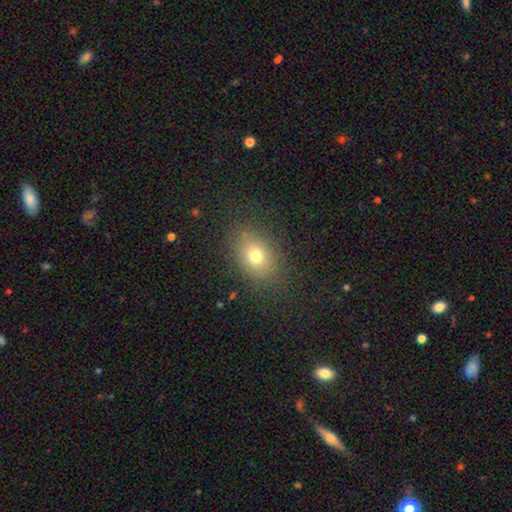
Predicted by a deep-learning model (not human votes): This is likely a smooth galaxy (73%). How rounded: likely in between (67%). Merging: clearly none (82%).